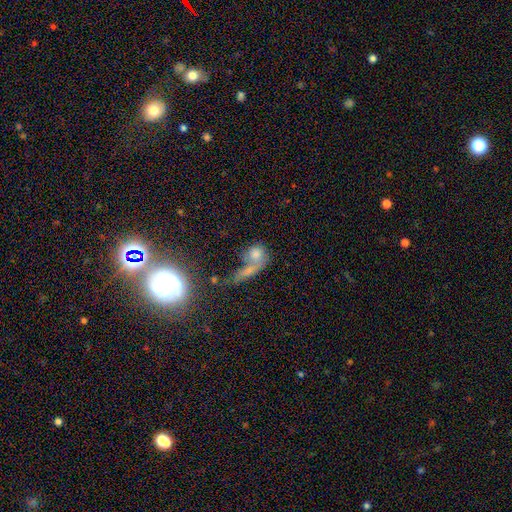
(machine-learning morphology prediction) A smooth galaxy with no disk features (69%) that is round (58%). Merging: merger (53%).